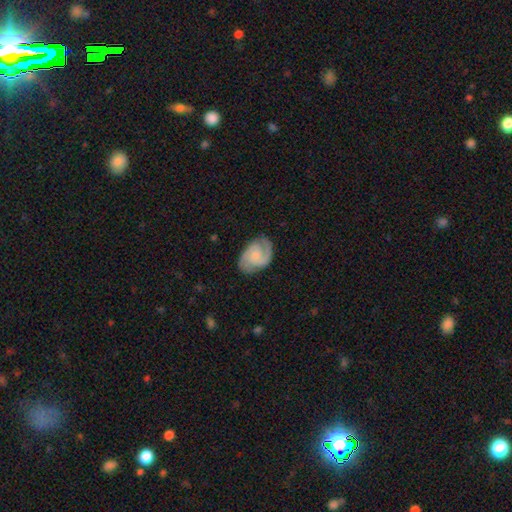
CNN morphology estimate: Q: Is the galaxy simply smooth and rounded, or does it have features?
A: featured or disk — 81%.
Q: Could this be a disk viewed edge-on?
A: no — 98%.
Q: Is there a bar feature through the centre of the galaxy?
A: no — 58%.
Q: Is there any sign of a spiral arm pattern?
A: yes — 97%.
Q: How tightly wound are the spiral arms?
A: medium — 51%.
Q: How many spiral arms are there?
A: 2 — 87%.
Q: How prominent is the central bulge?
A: small — 40%.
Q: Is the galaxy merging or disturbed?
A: none — 78%.